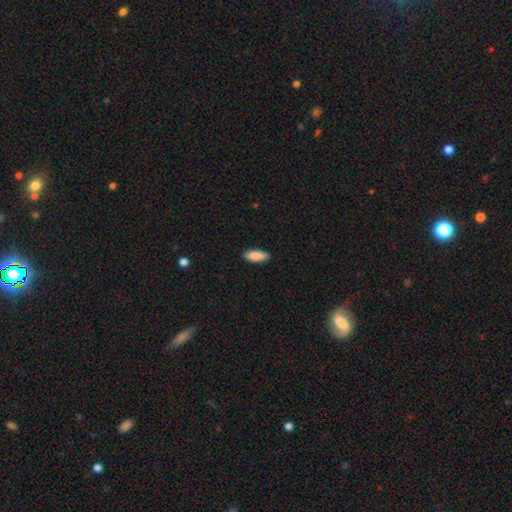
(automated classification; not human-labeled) Smooth or featured?
  - smooth: 89% *
  - star or artifact: 6%
  - featured or disk: 5%
How rounded?
  - in between: 73% *
  - cigar-shaped: 26%
  - round: 2%
Merging?
  - none: 88% *
  - minor disturbance: 9%
  - major disturbance: 2%
  - merger: 1%